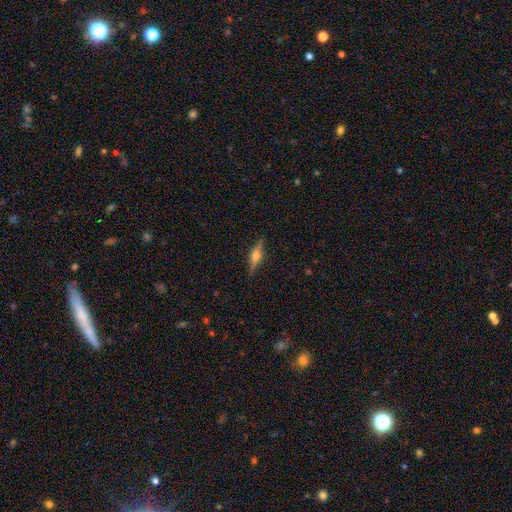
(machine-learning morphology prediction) A featured or disk galaxy (73%) viewed edge-on (97%) with a rounded central bulge (91%). Merging: none (88%).